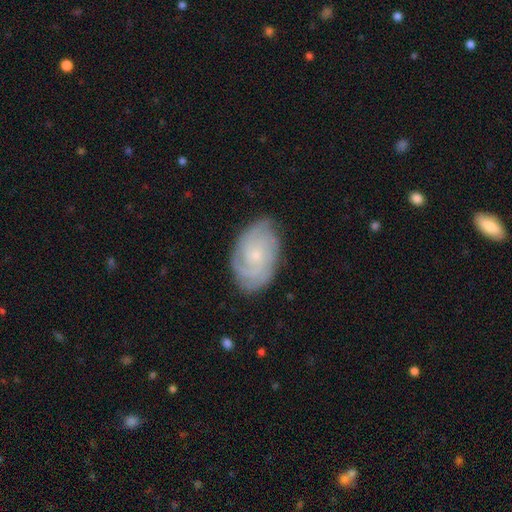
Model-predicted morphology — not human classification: Smooth or featured? Predicted: featured or disk (p=0.77). Edge-on disk? Predicted: no (p=0.97). Bar? Predicted: no (p=0.77). Spiral arms? Predicted: yes (p=0.95). Spiral winding? Predicted: tight (p=0.68). Spiral arm count? Predicted: can't tell (p=0.31). Bulge size? Predicted: small (p=0.79). Merging? Predicted: none (p=0.79).